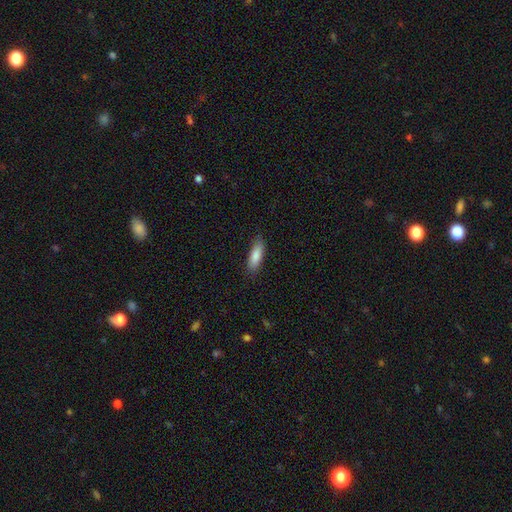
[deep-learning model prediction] smooth 86%, featured or disk 8%, star or artifact 6%. Down the decision tree: how rounded — in between (58%); merging — none (82%).